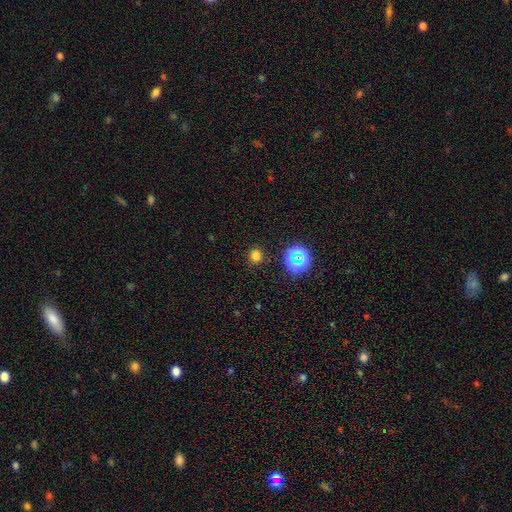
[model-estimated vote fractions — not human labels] This is likely a smooth galaxy (73%). How rounded: clearly round (84%). Merging: clearly none (88%).